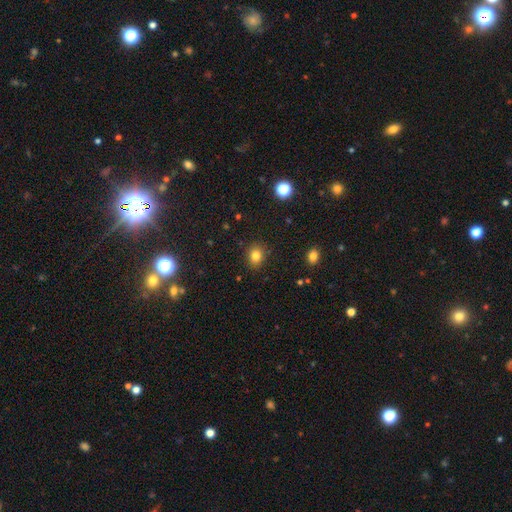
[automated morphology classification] Smooth or featured? smooth (81%)
How rounded? round (59%)
Merging? none (87%)